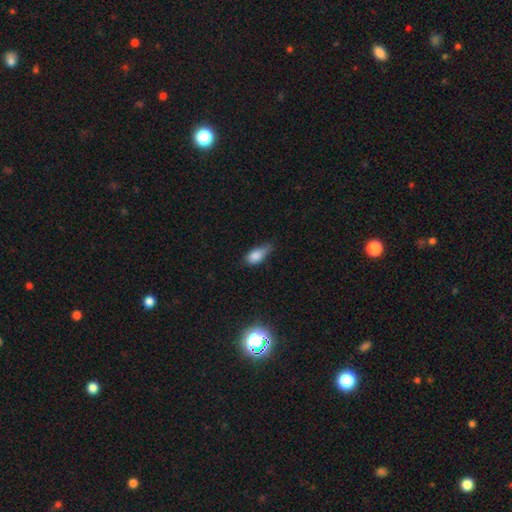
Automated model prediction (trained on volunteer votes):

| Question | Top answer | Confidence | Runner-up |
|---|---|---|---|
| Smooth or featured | smooth | 82% | featured or disk (9%) |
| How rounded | in between | 85% | round (8%) |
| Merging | minor disturbance | 48% | none (35%) |